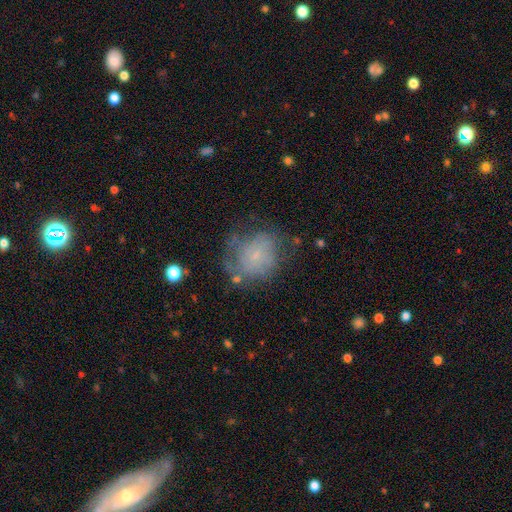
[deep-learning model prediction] The model was most divided on "smooth or featured": smooth: 47%, featured or disk: 41%, star or artifact: 12%. Remaining: merging — none (48%).